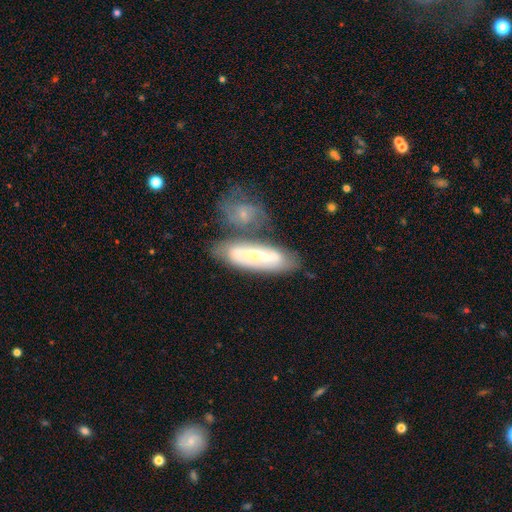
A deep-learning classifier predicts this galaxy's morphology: A featured or disk galaxy (71%) with a strong bar (57%), spiral arms (79%) and a small central bulge (56%). Merging: none (59%).